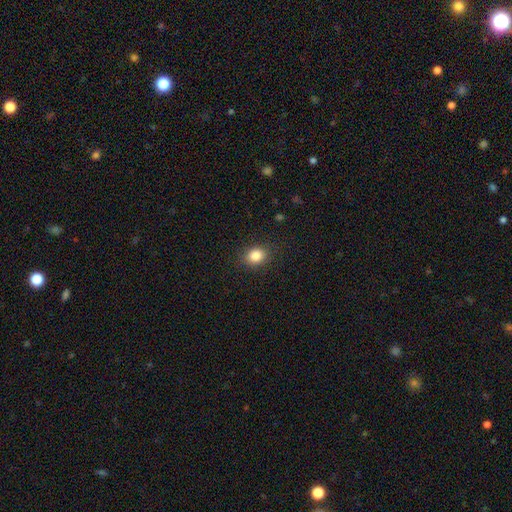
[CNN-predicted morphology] smooth-or-featured: smooth: 84% | star or artifact: 10% | featured or disk: 5%
  how-rounded: round: 51% | in between: 48% | cigar-shaped: 1%
  merging: none: 87% | minor disturbance: 9% | major disturbance: 3% | merger: 1%